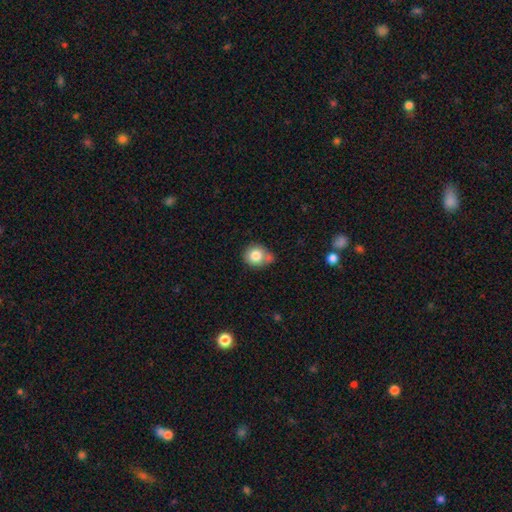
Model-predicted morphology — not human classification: Smooth or featured?
  - smooth: 81% *
  - featured or disk: 10%
  - star or artifact: 9%
How rounded?
  - round: 80% *
  - in between: 19%
  - cigar-shaped: 1%
Merging?
  - none: 51% *
  - minor disturbance: 23%
  - merger: 20%
  - major disturbance: 6%